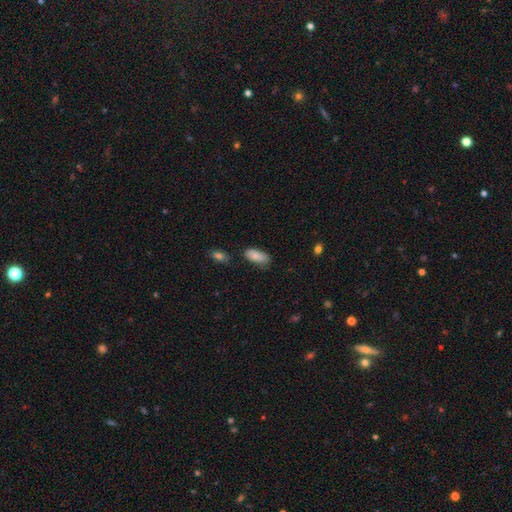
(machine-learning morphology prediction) A smooth galaxy with no disk features (84%) that is in between round and cigar-shaped (89%). Merging: none (66%).